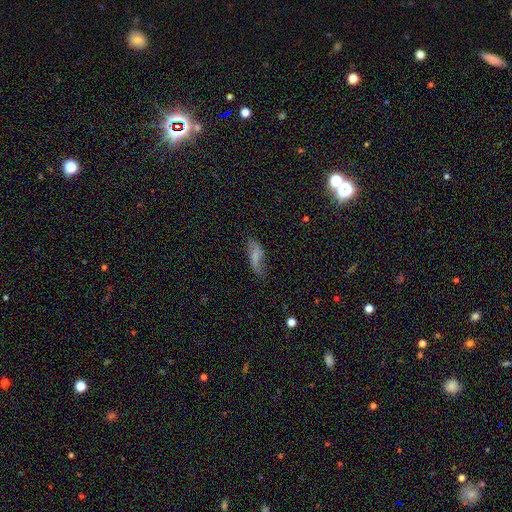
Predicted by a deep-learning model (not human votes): smooth-or-featured: smooth: 59% | featured or disk: 32% | star or artifact: 9%
  how-rounded: in between: 65% | cigar-shaped: 32% | round: 3%
  merging: none: 57% | minor disturbance: 29% | major disturbance: 11% | merger: 3%